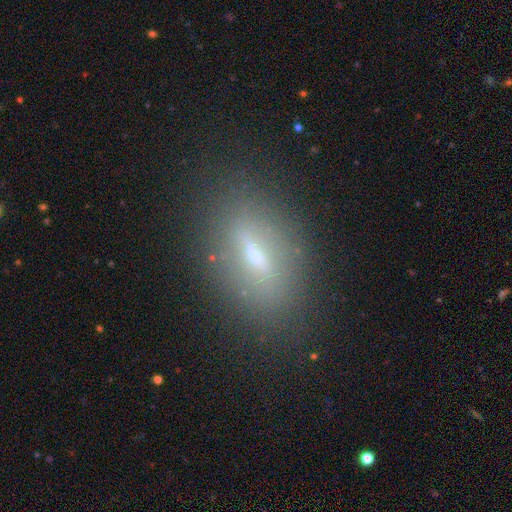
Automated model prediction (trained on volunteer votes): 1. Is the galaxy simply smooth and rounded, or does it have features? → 50% featured or disk, 35% smooth, 15% star or artifact.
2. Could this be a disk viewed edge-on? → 54% yes, 46% no.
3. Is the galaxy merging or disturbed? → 79% none, 13% minor disturbance, 6% major disturbance, 2% merger.